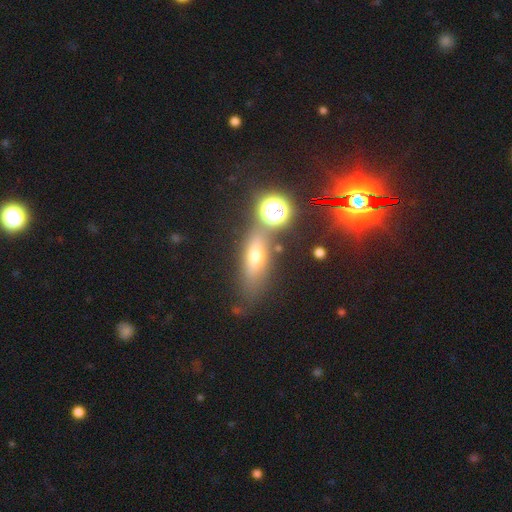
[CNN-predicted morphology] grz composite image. It shows a smooth galaxy with no disk features (51%) that is in between round and cigar-shaped (48%). Merging: none (68%).